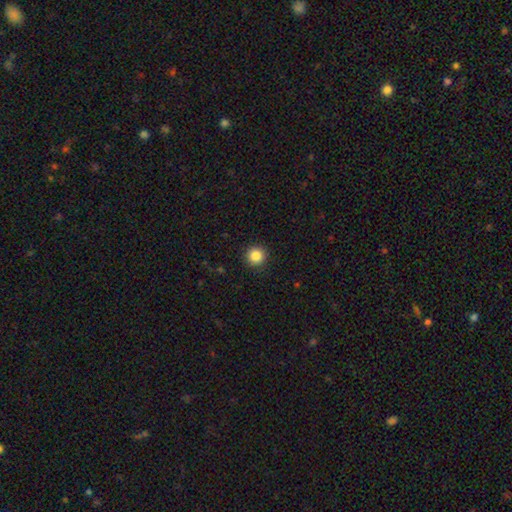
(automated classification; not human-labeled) Smooth or featured?
  - smooth: 86% *
  - star or artifact: 10%
  - featured or disk: 4%
How rounded?
  - round: 96% *
  - in between: 3%
  - cigar-shaped: 1%
Merging?
  - none: 92% *
  - minor disturbance: 5%
  - major disturbance: 2%
  - merger: 1%